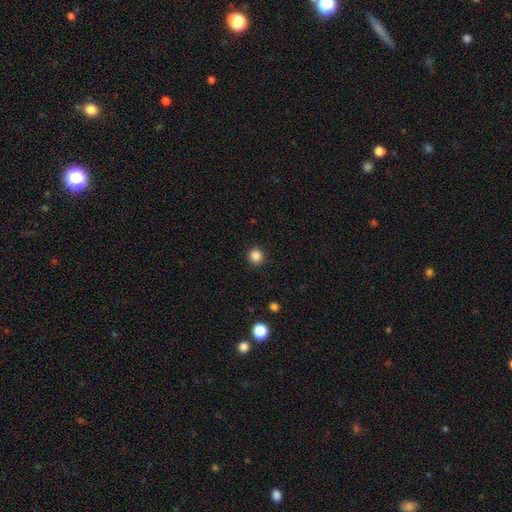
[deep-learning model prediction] Morphology: type=smooth (86%); roundness=round (90%); merging=none (91%).